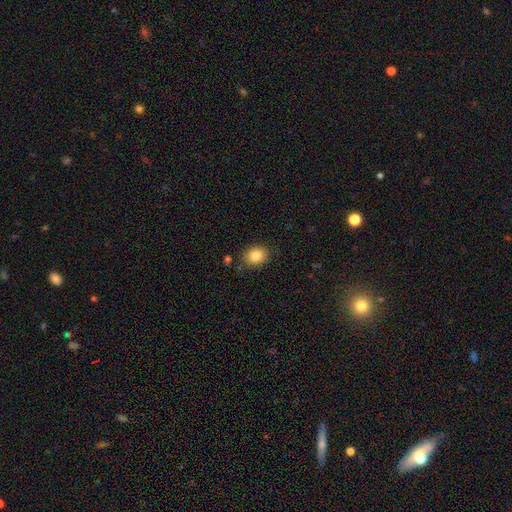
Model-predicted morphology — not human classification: This appears to be a smooth galaxy with no disk features (83%) that is in between round and cigar-shaped (51%). Merging: none (84%).